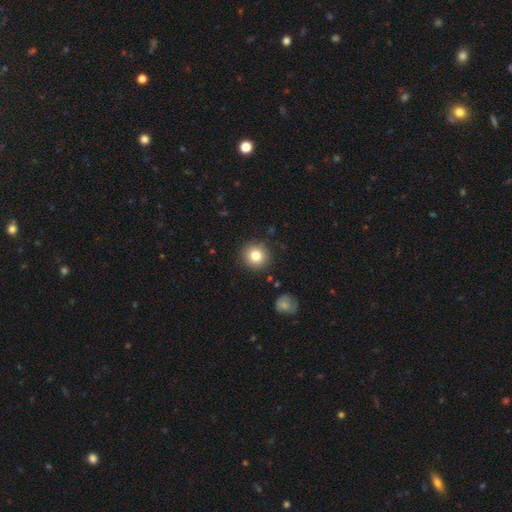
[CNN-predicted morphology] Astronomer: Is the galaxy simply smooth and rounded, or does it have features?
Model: smooth — 81%.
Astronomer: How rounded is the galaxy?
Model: round — 91%.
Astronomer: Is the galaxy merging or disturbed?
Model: none — 89%.